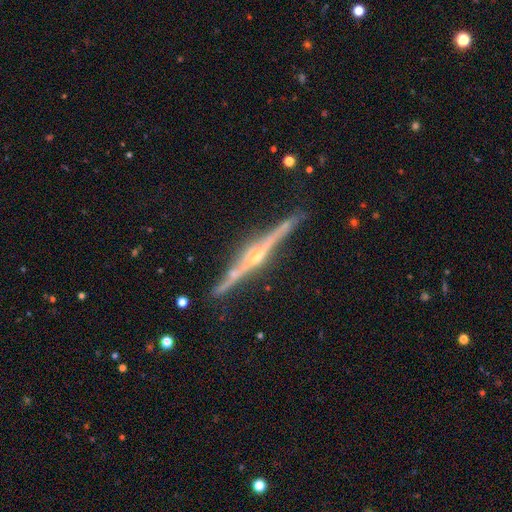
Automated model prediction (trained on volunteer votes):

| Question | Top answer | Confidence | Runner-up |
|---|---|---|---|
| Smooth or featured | featured or disk | 89% | smooth (6%) |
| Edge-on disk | yes | 98% | no (2%) |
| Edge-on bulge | rounded | 86% | boxy (8%) |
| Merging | none | 87% | minor disturbance (9%) |